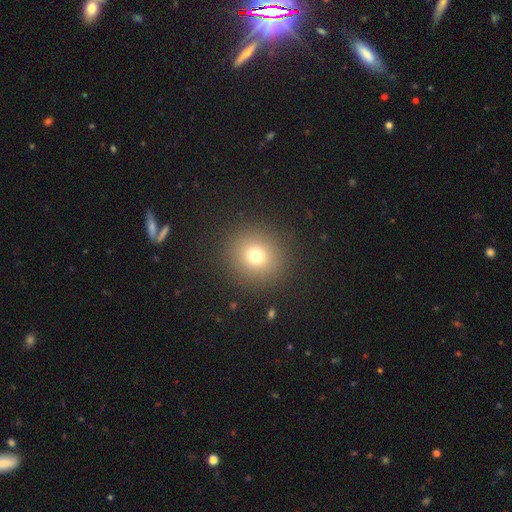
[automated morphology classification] Smooth or featured?
  - smooth: 74% *
  - star or artifact: 16%
  - featured or disk: 10%
How rounded?
  - round: 91% *
  - in between: 8%
  - cigar-shaped: 1%
Merging?
  - none: 89% *
  - minor disturbance: 6%
  - major disturbance: 3%
  - merger: 1%